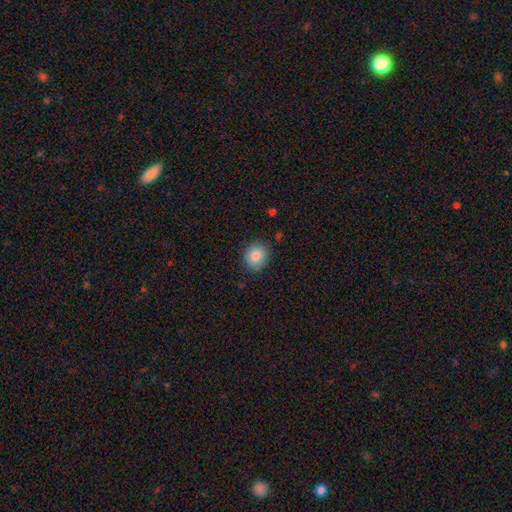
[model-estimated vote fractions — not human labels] Smooth or featured? smooth (83%)
How rounded? round (69%)
Merging? none (85%)